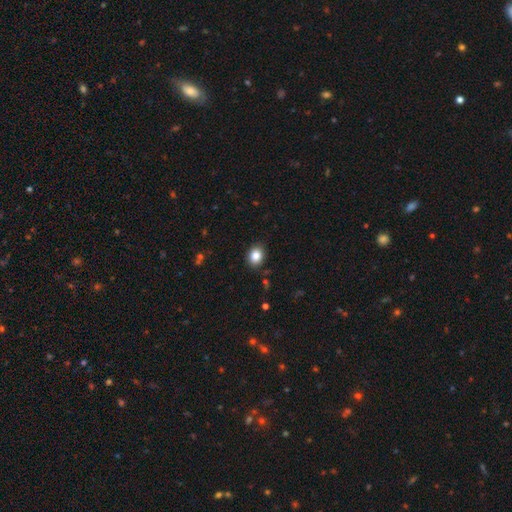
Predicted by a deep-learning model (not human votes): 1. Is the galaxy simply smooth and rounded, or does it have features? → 85% smooth, 9% star or artifact, 5% featured or disk.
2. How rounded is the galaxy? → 54% in between, 45% round, 1% cigar-shaped.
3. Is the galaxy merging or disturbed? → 87% none, 9% minor disturbance, 2% major disturbance, 1% merger.